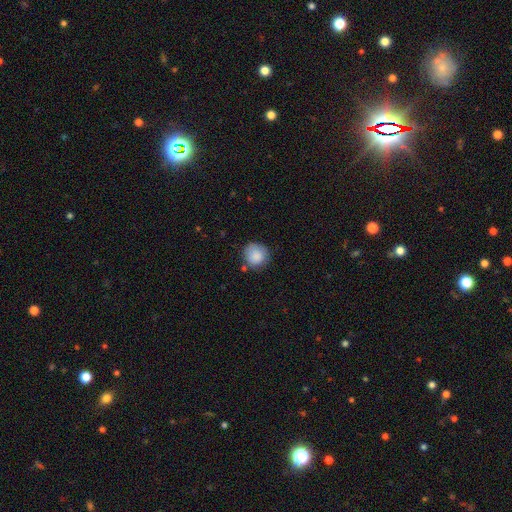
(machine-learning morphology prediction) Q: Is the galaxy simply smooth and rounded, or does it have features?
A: smooth — 87%.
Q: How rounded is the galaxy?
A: round — 91%.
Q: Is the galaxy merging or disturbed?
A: none — 73%.